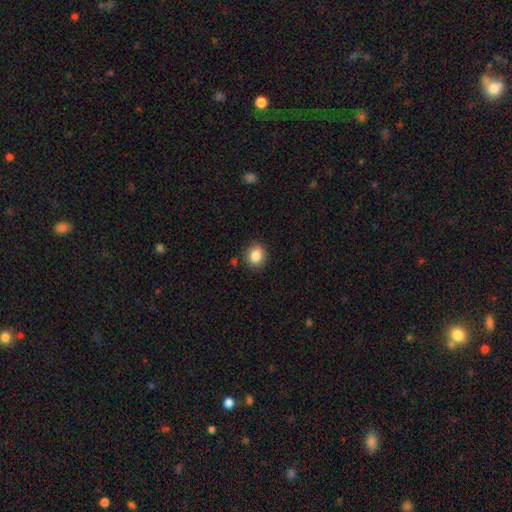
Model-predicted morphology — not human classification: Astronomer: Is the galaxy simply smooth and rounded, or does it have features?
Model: smooth — 85%.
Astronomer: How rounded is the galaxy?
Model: round — 74%.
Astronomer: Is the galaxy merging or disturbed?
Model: none — 88%.